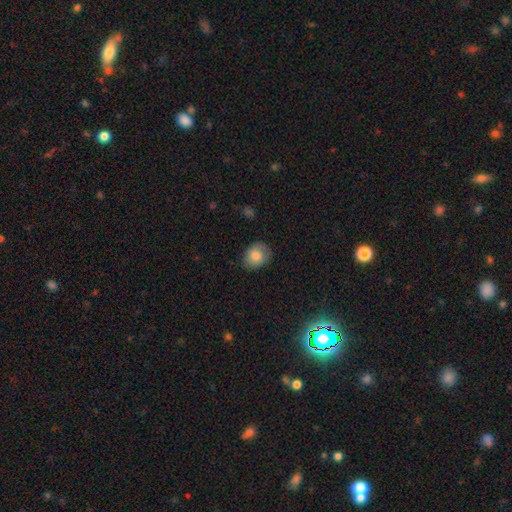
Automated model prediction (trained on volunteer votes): Smooth or featured: smooth — 80% (featured or disk — 12%)
How rounded: round — 51% (in between — 48%)
Merging: none — 77% (minor disturbance — 18%)